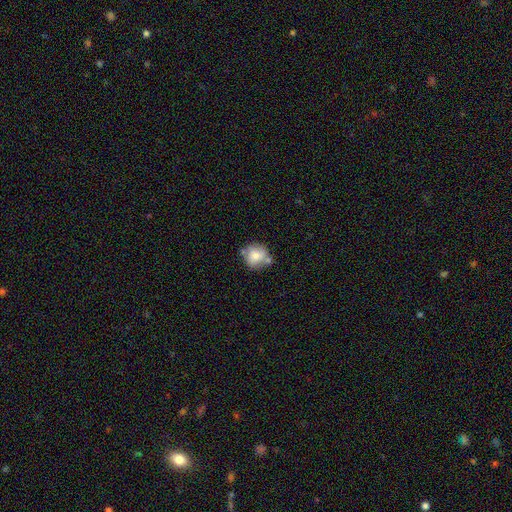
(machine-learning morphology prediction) This appears to be a smooth galaxy with no disk features (68%) that is round (83%). Merging: none (54%).